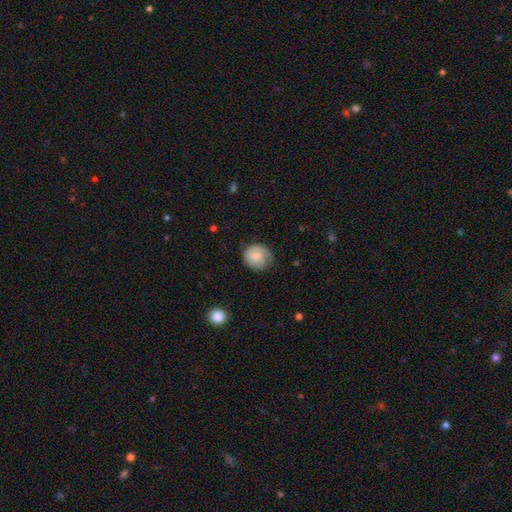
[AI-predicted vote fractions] A smooth galaxy with no disk features (68%) that is round (82%).

Vote fractions:
- Smooth or featured? smooth: 68% / featured or disk: 25% / star or artifact: 7%
- How rounded? round: 82% / in between: 17% / cigar-shaped: 1%
- Merging? none: 65% / minor disturbance: 26% / major disturbance: 7% / merger: 1%